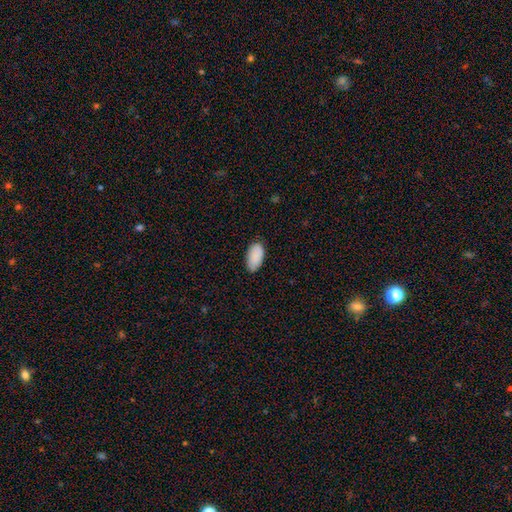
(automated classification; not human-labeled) A smooth galaxy with no disk features (89%) that is in between round and cigar-shaped (95%). Merging: none (80%).